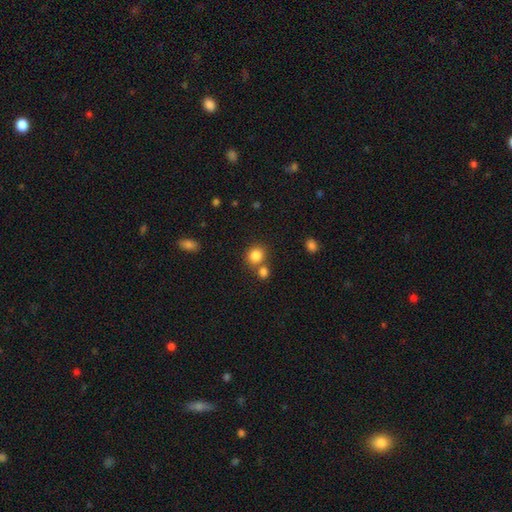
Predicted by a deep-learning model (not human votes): The model was most divided on "merging": none: 62%, merger: 25%, minor disturbance: 9%, major disturbance: 3%. More confident: smooth or featured — smooth (83%); how rounded — round (81%).